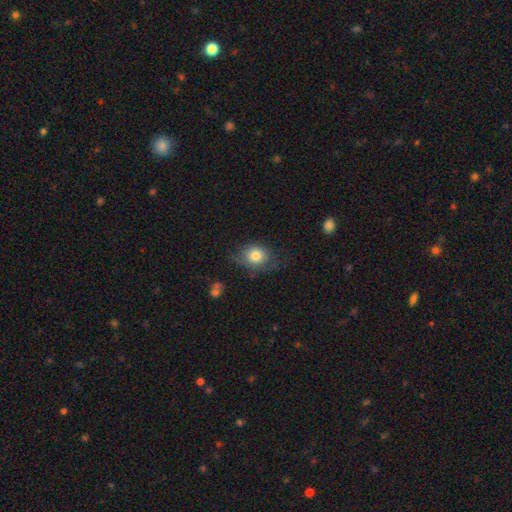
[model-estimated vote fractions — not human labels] smooth_or_featured: smooth (p=0.78) [alt: featured or disk p=0.13]
how_rounded: round (p=0.56) [alt: in between p=0.43]
merging: none (p=0.58) [alt: minor disturbance p=0.28]